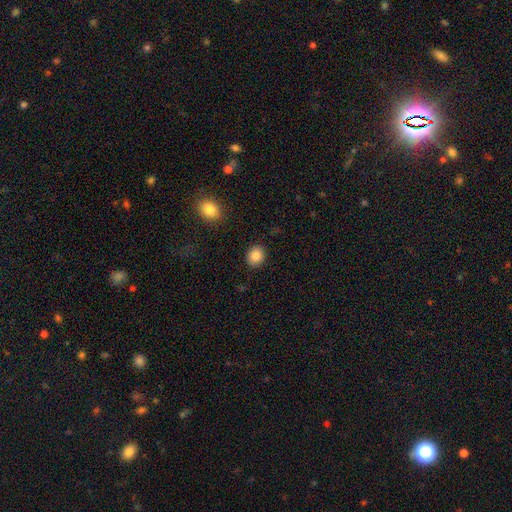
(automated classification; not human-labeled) smooth 87%, star or artifact 9%, featured or disk 5%. Down the decision tree: how rounded — round (67%); merging — none (89%).